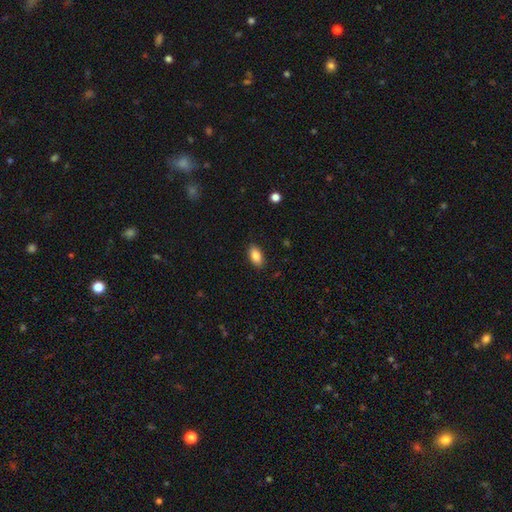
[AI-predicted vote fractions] This is clearly a smooth galaxy (86%). How rounded: clearly in between (92%). Merging: clearly none (88%).